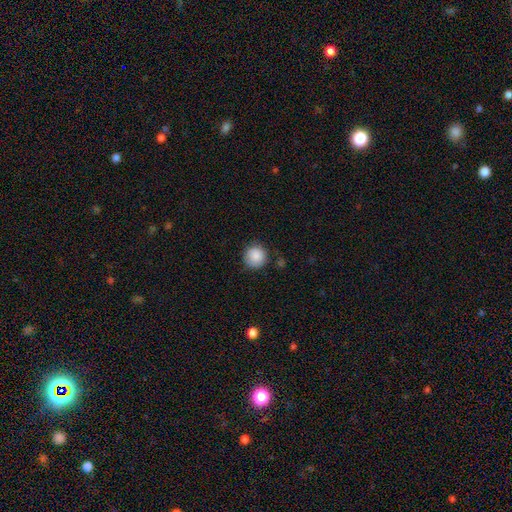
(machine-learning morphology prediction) Smooth or featured?
  - smooth: 88% *
  - star or artifact: 8%
  - featured or disk: 4%
How rounded?
  - round: 94% *
  - in between: 5%
  - cigar-shaped: 1%
Merging?
  - none: 81% *
  - minor disturbance: 14%
  - major disturbance: 3%
  - merger: 2%